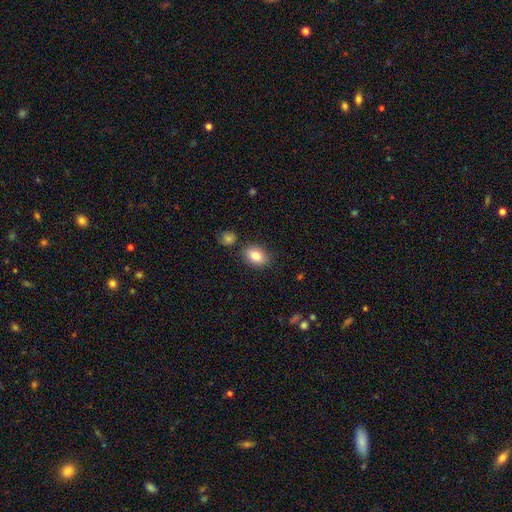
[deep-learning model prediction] Morphology: type=smooth (83%); roundness=in between (80%); merging=none (82%).